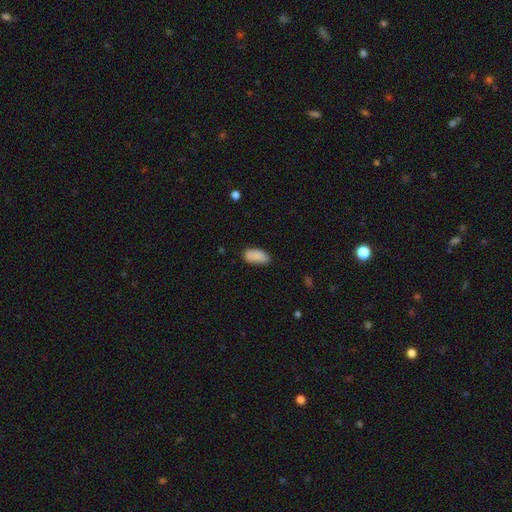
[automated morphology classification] Smooth or featured: smooth — 86% (star or artifact — 8%)
How rounded: in between — 92% (cigar-shaped — 6%)
Merging: none — 68% (minor disturbance — 23%)